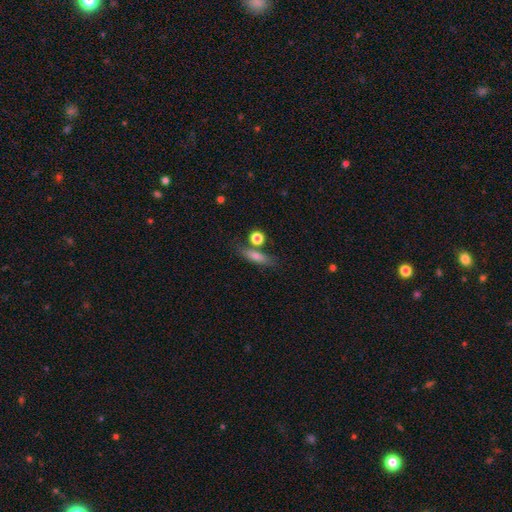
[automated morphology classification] Smooth or featured: smooth — 60% (featured or disk — 25%)
How rounded: cigar-shaped — 58% (in between — 32%)
Merging: none — 70% (minor disturbance — 14%)